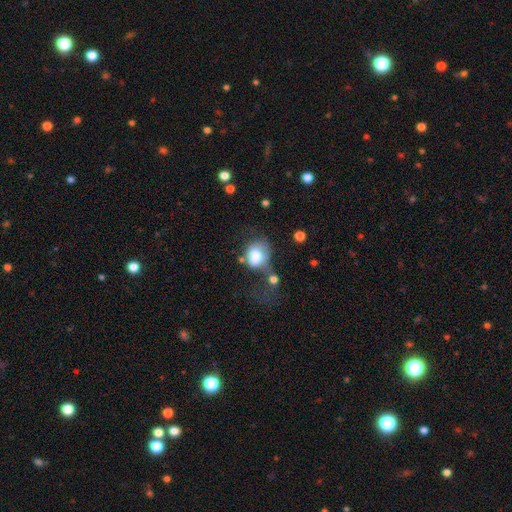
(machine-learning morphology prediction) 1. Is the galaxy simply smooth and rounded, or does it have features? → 73% smooth, 19% featured or disk, 9% star or artifact.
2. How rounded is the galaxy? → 54% in between, 45% round, 1% cigar-shaped.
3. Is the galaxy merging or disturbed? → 41% major disturbance, 21% merger, 19% none, 19% minor disturbance.